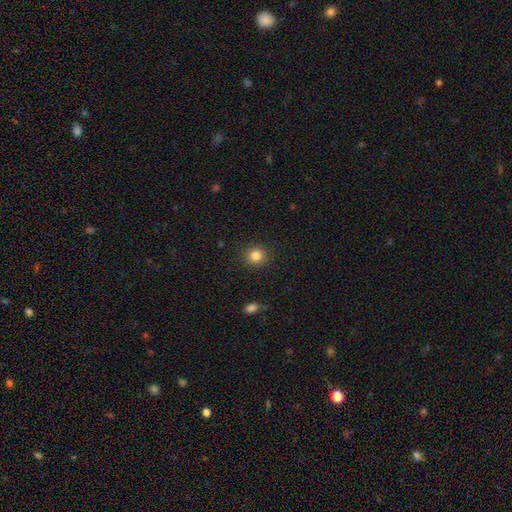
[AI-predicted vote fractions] Smooth or featured: smooth — 84% (star or artifact — 11%)
How rounded: round — 90% (in between — 9%)
Merging: none — 90% (minor disturbance — 7%)